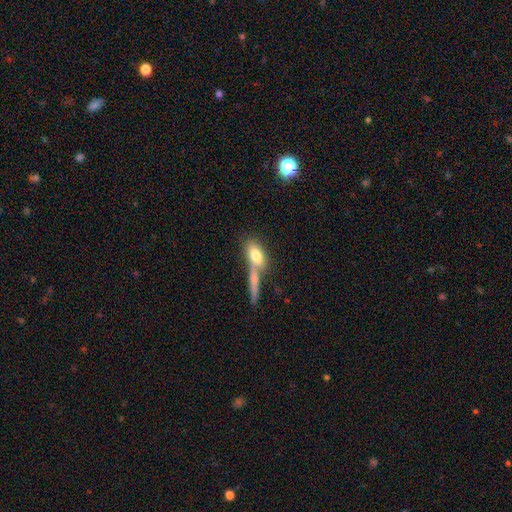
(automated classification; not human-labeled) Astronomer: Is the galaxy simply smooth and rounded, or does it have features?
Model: smooth — 73%.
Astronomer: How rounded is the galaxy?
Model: in between — 74%.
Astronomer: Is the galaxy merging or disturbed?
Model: merger — 43% (runner-up: none, 40%).